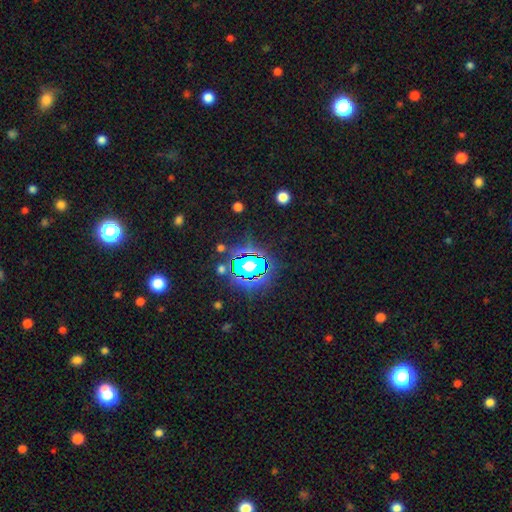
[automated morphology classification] type=star or artifact (81%).